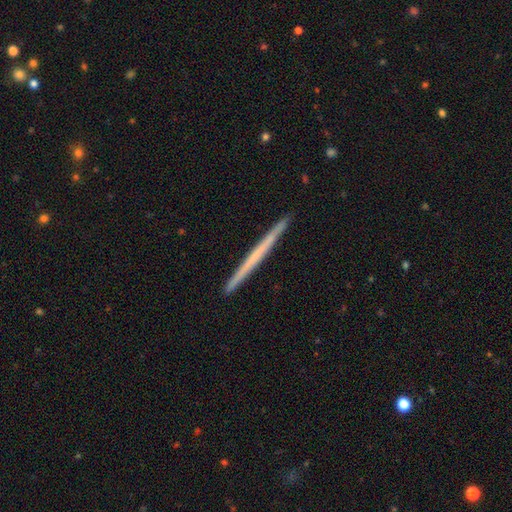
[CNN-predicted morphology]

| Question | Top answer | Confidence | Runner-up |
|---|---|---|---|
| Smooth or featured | featured or disk | 56% | smooth (39%) |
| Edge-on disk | yes | 98% | no (2%) |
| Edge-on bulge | none | 90% | rounded (7%) |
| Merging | none | 92% | minor disturbance (5%) |